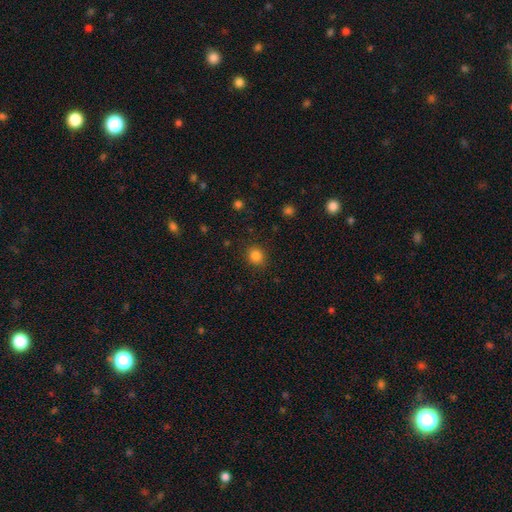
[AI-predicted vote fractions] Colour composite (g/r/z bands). It shows a smooth galaxy with no disk features (84%) that is round (84%). Merging: none (88%).